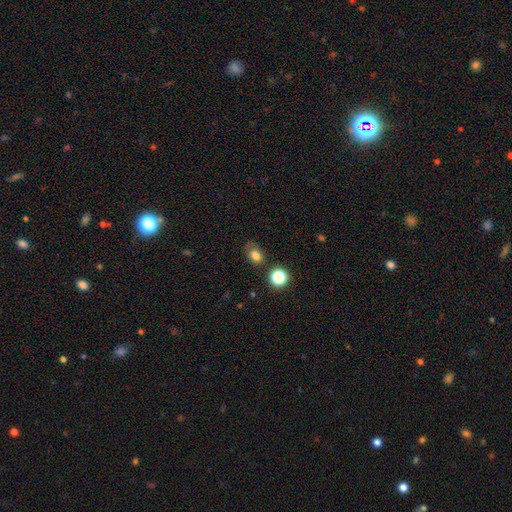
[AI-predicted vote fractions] smooth-or-featured: smooth: 75% | star or artifact: 16% | featured or disk: 9%
  how-rounded: in between: 61% | round: 38% | cigar-shaped: 1%
  merging: none: 49% | minor disturbance: 27% | major disturbance: 14% | merger: 9%